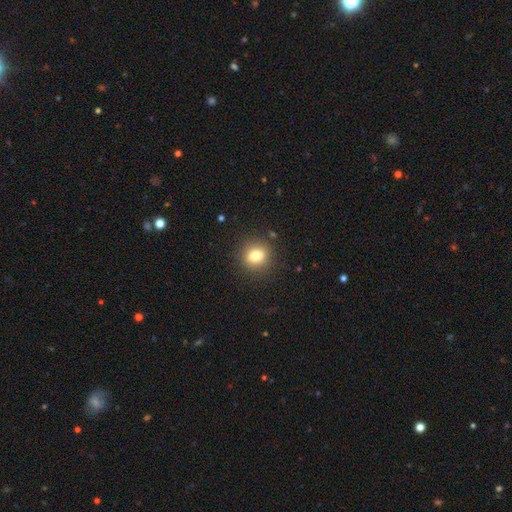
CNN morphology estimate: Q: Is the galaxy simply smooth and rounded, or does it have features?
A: smooth — 79%.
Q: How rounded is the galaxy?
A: round — 71%.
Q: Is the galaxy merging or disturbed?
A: none — 88%.